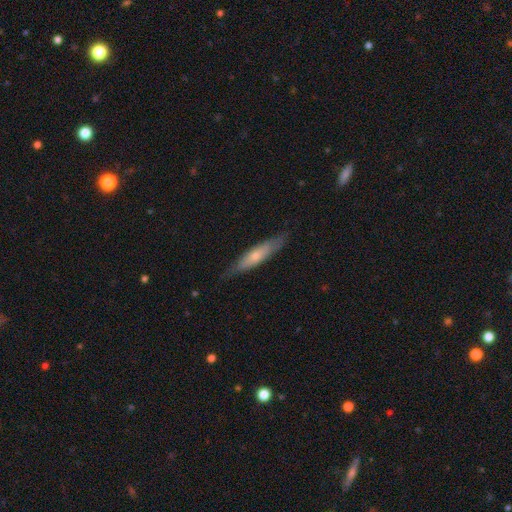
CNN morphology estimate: Smooth or featured? smooth (55%)
How rounded? cigar-shaped (80%)
Merging? none (79%)